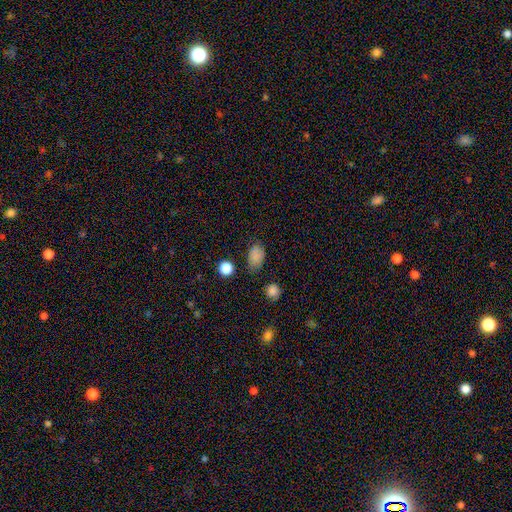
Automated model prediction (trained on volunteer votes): smooth 82%, star or artifact 13%, featured or disk 5%. Down the decision tree: how rounded — in between (83%); merging — none (73%).